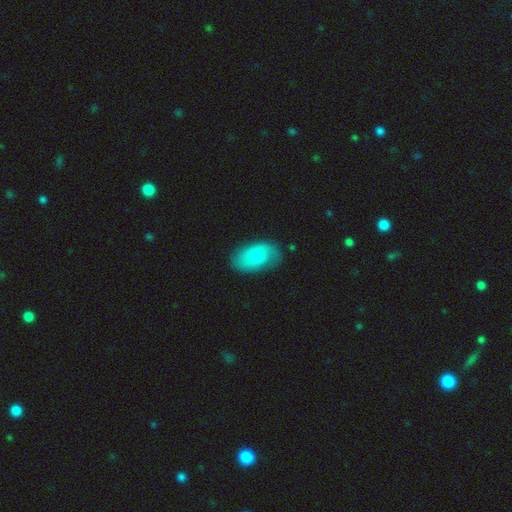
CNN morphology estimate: Smooth or featured? Predicted: smooth (p=0.66). How rounded? Predicted: in between (p=0.92). Merging? Predicted: none (p=0.74).